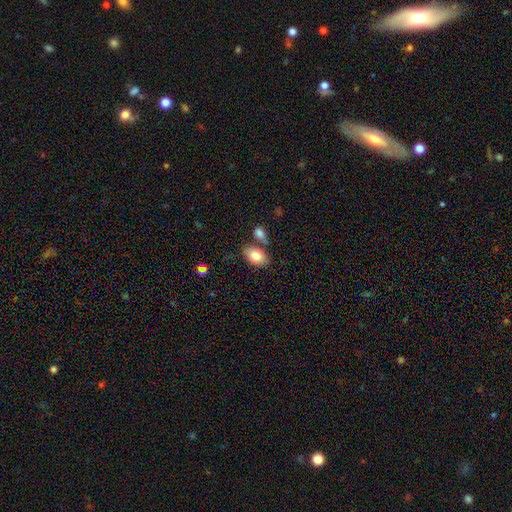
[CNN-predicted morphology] A smooth galaxy with no disk features (80%) that is in between round and cigar-shaped (89%). Merging: none (64%).